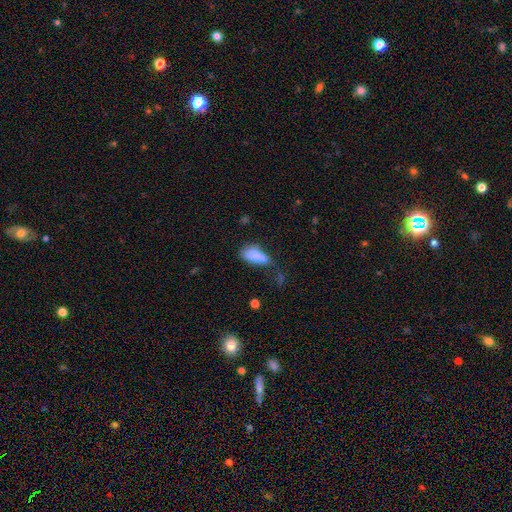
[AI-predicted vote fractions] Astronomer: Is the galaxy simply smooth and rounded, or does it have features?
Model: smooth — 80%.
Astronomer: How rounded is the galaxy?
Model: in between — 85%.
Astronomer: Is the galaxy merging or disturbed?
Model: minor disturbance — 34% (runner-up: none, 32%).